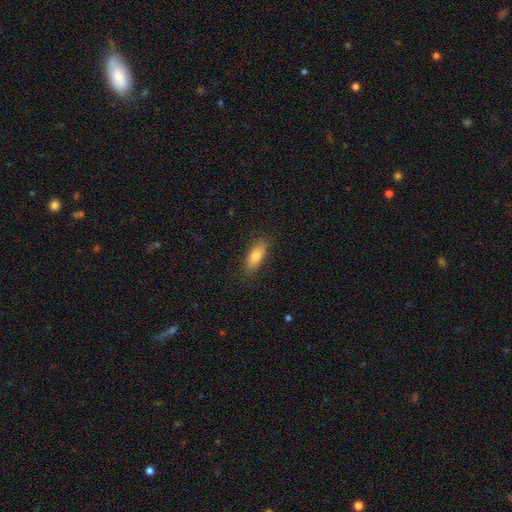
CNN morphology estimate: smooth 80%, featured or disk 12%, star or artifact 8%. Down the decision tree: how rounded — in between (70%); merging — none (87%).